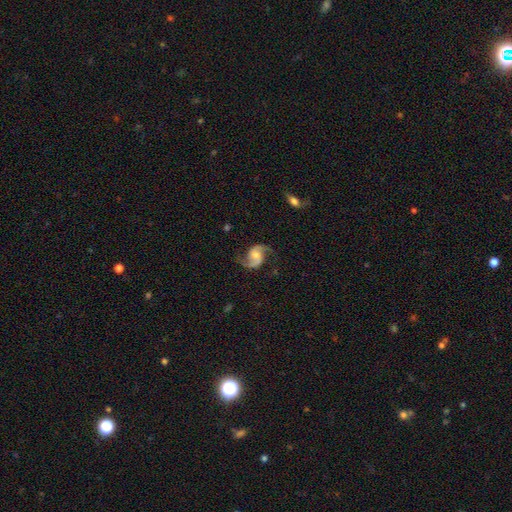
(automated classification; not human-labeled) Q: Smooth or featured?
A: featured or disk (91%); runner-up: star or artifact (5%)
Q: Edge-on disk?
A: no (98%); runner-up: yes (2%)
Q: Bar?
A: no (52%); runner-up: weak (38%)
Q: Spiral arms?
A: yes (98%); runner-up: no (2%)
Q: Spiral winding?
A: medium (46%); runner-up: loose (45%)
Q: Spiral arm count?
A: 2 (94%); runner-up: 1 (2%)
Q: Bulge size?
A: moderate (41%); runner-up: small (38%)
Q: Merging?
A: none (79%); runner-up: minor disturbance (14%)